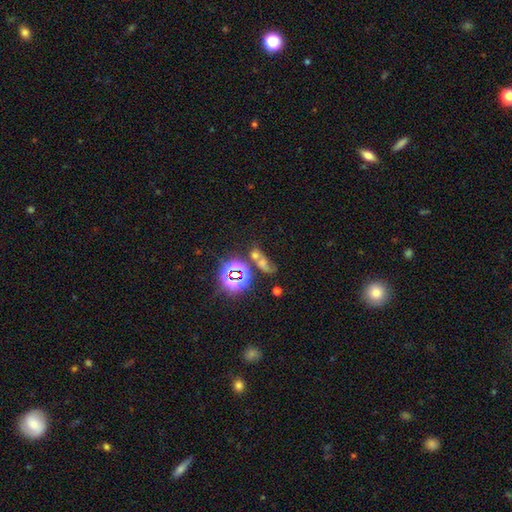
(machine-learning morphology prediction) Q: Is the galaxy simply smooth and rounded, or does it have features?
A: star or artifact — 41%.